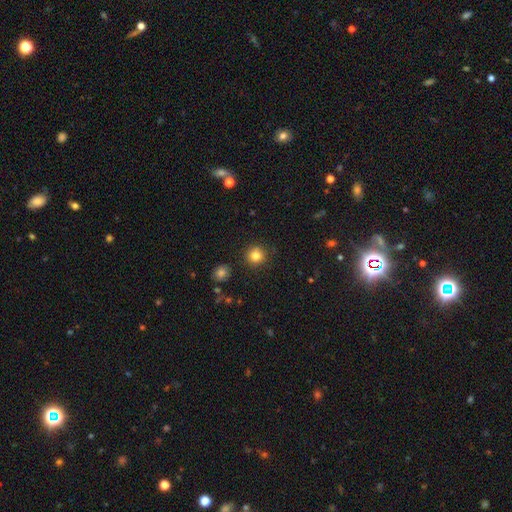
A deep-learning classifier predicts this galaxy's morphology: type=smooth (82%); roundness=round (93%); merging=none (88%).